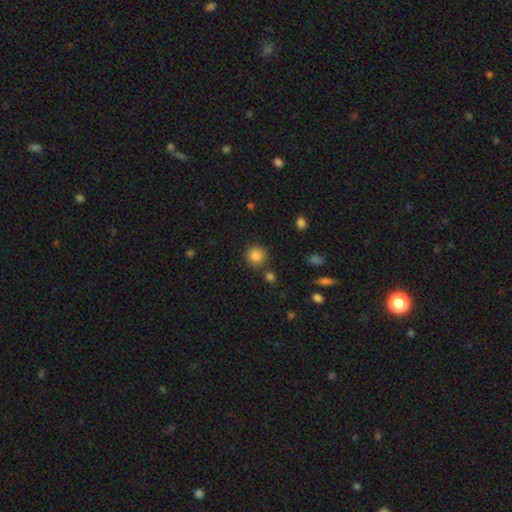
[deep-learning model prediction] A smooth galaxy with no disk features (86%) that is round (92%).

Vote fractions:
- Smooth or featured? smooth: 86% / star or artifact: 10% / featured or disk: 4%
- How rounded? round: 92% / in between: 7% / cigar-shaped: 1%
- Merging? none: 83% / minor disturbance: 8% / merger: 6% / major disturbance: 3%